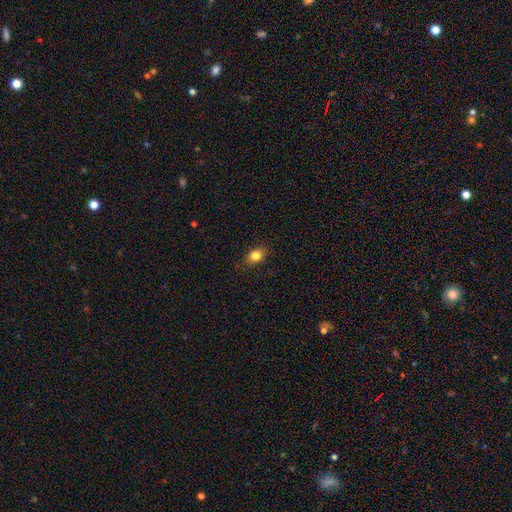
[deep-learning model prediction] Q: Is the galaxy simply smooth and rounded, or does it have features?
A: smooth — 83%.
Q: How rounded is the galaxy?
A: in between — 71%.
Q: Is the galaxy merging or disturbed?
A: none — 86%.